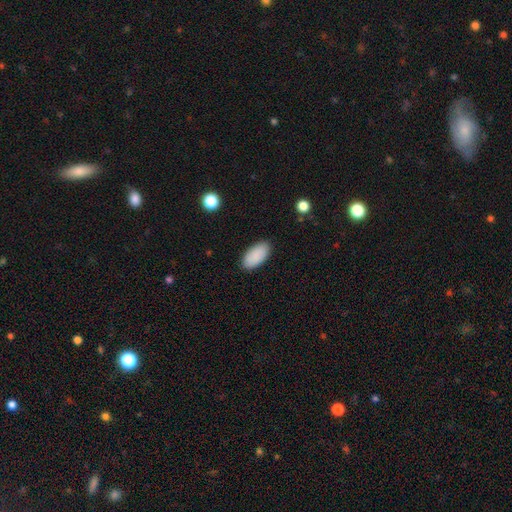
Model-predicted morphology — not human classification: smooth-or-featured: smooth: 90% | star or artifact: 6% | featured or disk: 4%
  how-rounded: in between: 95% | cigar-shaped: 3% | round: 2%
  merging: none: 88% | minor disturbance: 9% | major disturbance: 2% | merger: 1%